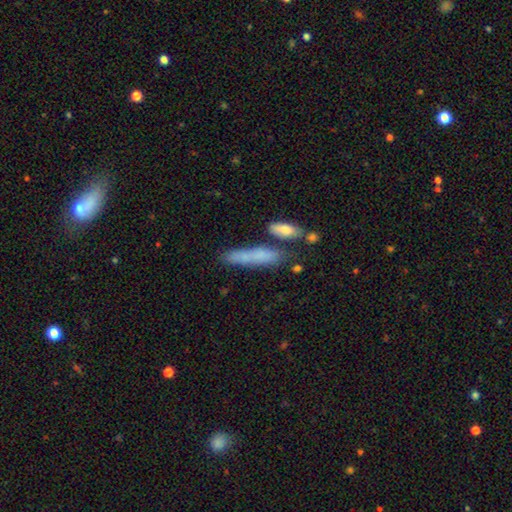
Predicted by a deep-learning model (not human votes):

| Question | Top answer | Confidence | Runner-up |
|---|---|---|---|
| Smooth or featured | smooth | 71% | featured or disk (22%) |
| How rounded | cigar-shaped | 85% | in between (13%) |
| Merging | none | 63% | minor disturbance (17%) |